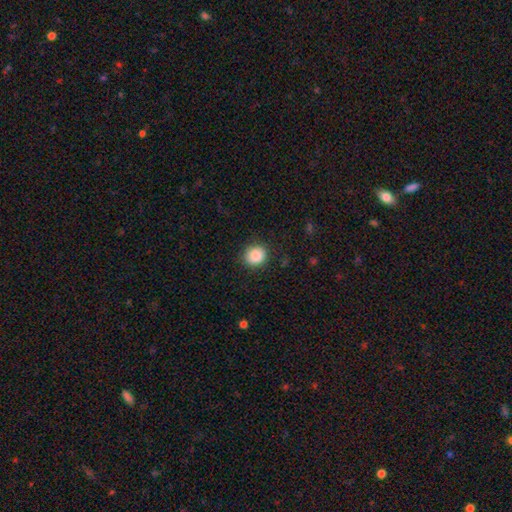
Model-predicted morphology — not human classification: Smooth or featured? smooth (88%)
How rounded? round (80%)
Merging? none (87%)